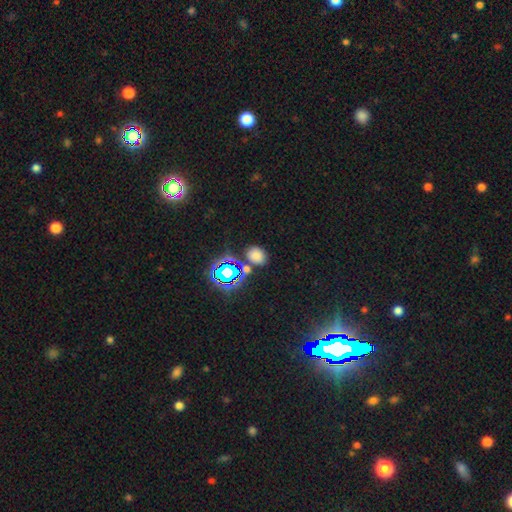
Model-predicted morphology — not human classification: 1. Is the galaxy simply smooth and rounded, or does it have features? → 69% smooth, 26% star or artifact, 6% featured or disk.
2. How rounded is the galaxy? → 54% in between, 45% round, 1% cigar-shaped.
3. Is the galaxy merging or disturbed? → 77% none, 10% minor disturbance, 10% merger, 3% major disturbance.